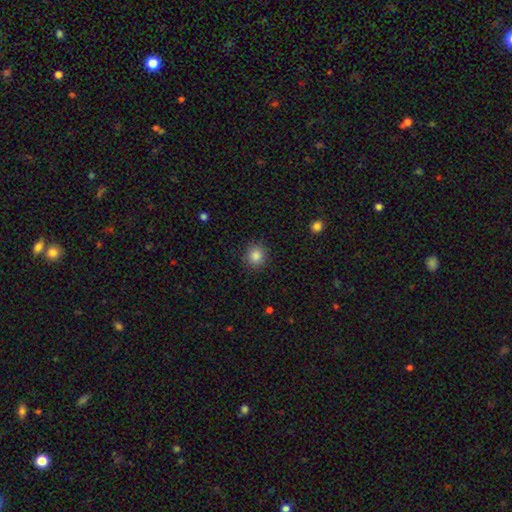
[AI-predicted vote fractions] A smooth galaxy with no disk features (85%) that is round (87%). Merging: none (89%).